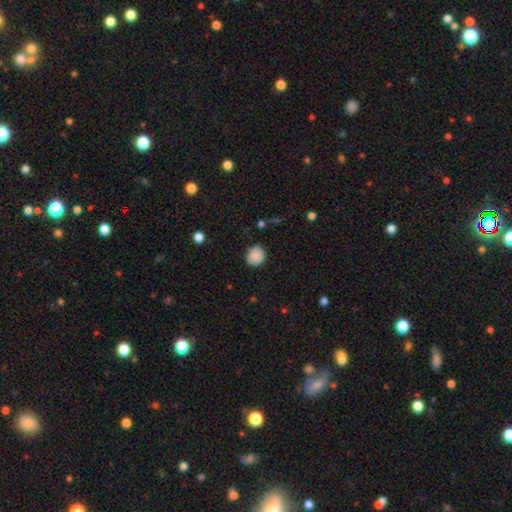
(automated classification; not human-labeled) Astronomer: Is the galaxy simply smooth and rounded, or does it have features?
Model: smooth — 88%.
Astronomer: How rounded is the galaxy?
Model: round — 80%.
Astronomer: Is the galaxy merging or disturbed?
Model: none — 84%.